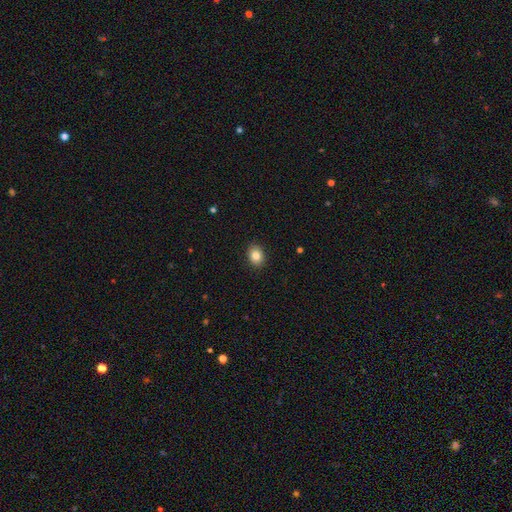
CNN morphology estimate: Overall: smooth (84%). How rounded: in between (59%; round 40%). Merging: none (90%).